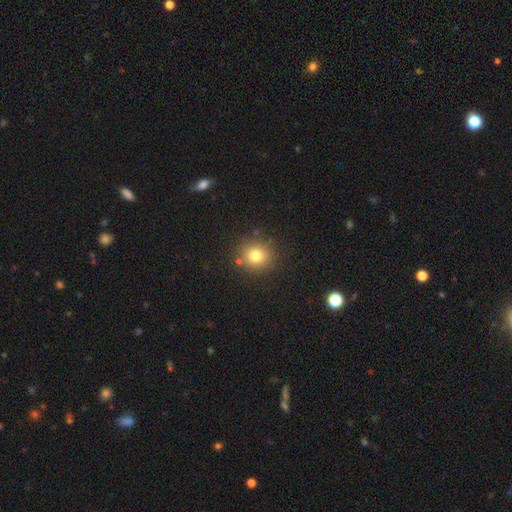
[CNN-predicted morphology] type=smooth (77%); roundness=round (90%); merging=none (84%).